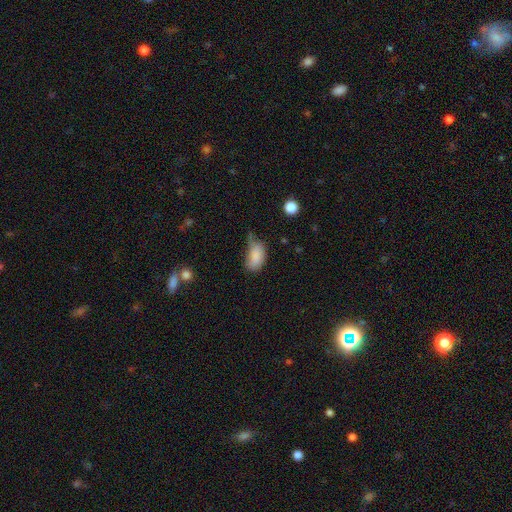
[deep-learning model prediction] Overall: smooth (83%). How rounded: in between (92%). Merging: minor disturbance (42%; none 30%).